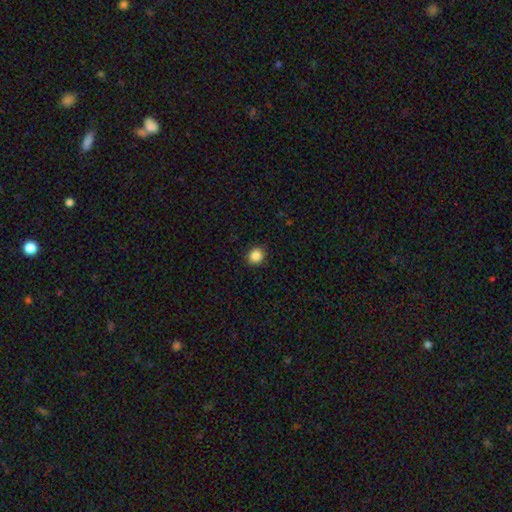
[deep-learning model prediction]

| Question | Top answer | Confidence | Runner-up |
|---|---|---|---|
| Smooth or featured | smooth | 86% | star or artifact (10%) |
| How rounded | round | 84% | in between (15%) |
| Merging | none | 91% | minor disturbance (6%) |